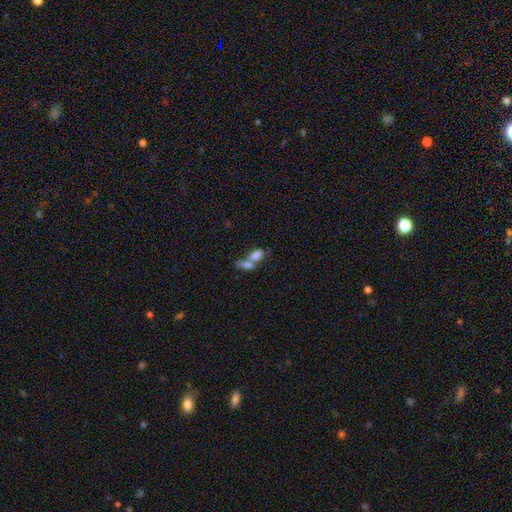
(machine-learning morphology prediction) A smooth galaxy with no disk features (76%) that is in between round and cigar-shaped (82%). Merging: merger (69%).